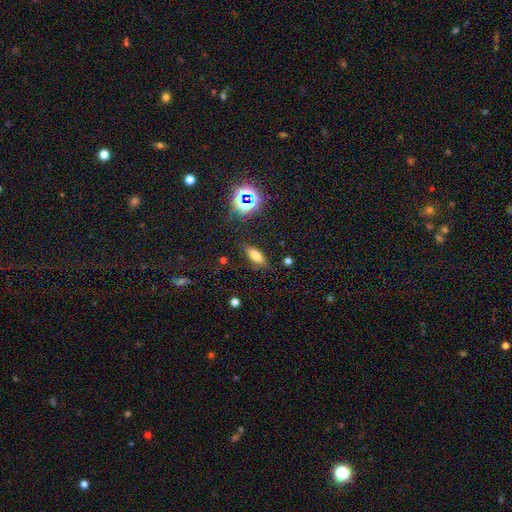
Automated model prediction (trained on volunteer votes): smooth 70%, star or artifact 17%, featured or disk 14%. Down the decision tree: how rounded — in between (71%); merging — none (79%).